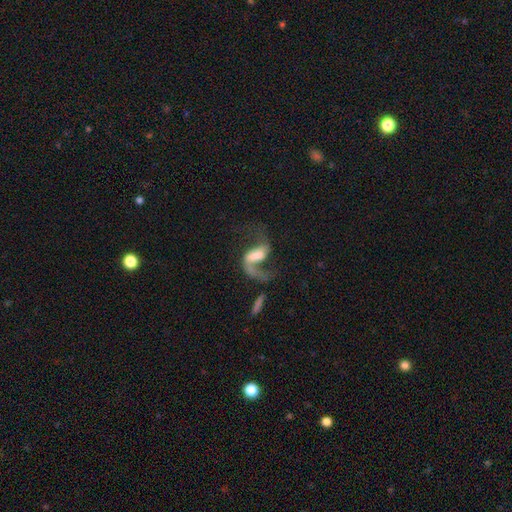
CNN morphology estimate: A featured or disk galaxy (75%) with a weak bar (38%), 2 (65%) loose (79%) spiral arms (88%) and no central bulge (27%). Merging: major disturbance (40%).